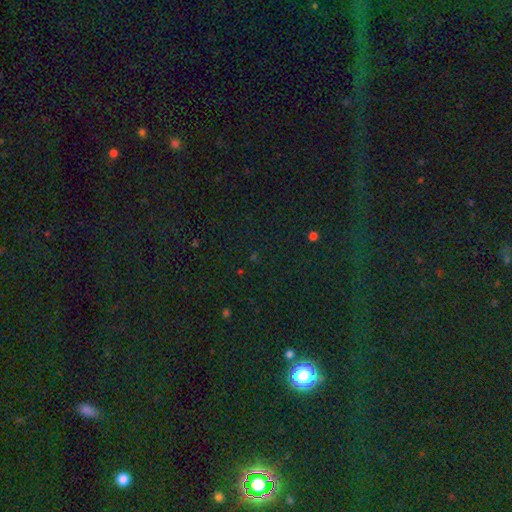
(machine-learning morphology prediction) Smooth or featured? Predicted: star or artifact (p=0.81).